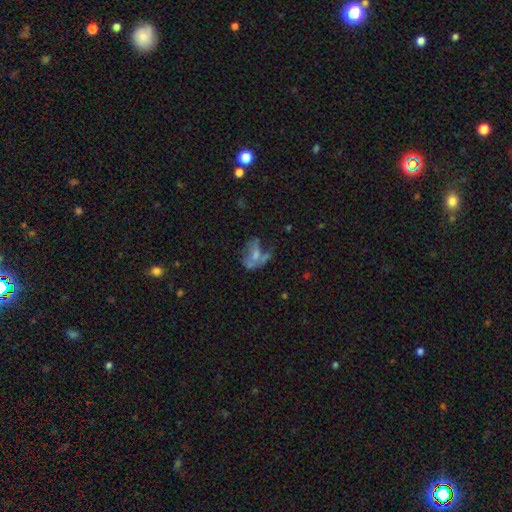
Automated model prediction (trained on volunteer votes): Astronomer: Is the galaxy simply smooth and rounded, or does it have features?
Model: featured or disk — 47% (runner-up: smooth, 40%).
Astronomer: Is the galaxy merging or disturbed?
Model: major disturbance — 38% (runner-up: none, 25%).